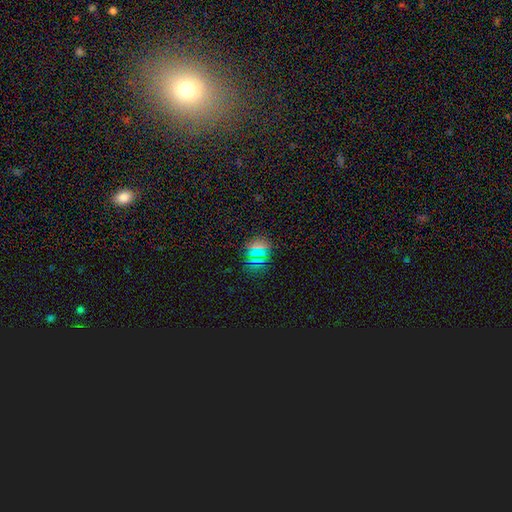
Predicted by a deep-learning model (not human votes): Morphology: type=smooth (57%); roundness=round (67%); merging=none (82%).